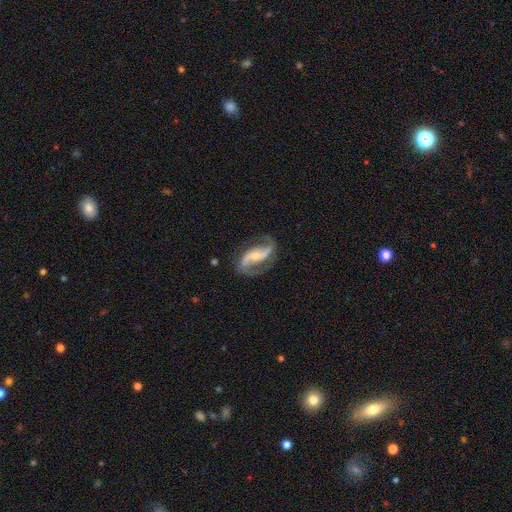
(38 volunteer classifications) A featured or disk galaxy (92%) with a weak bar (47%), 2 (90%) medium (48%) spiral arms (91%) and a small central bulge (59%). Merging: none (83%).